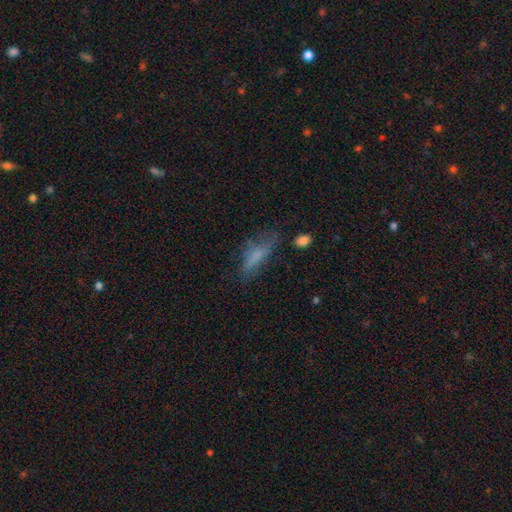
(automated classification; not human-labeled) smooth 64%, featured or disk 24%, star or artifact 12%. Down the decision tree: how rounded — in between (49%); merging — none (43%).